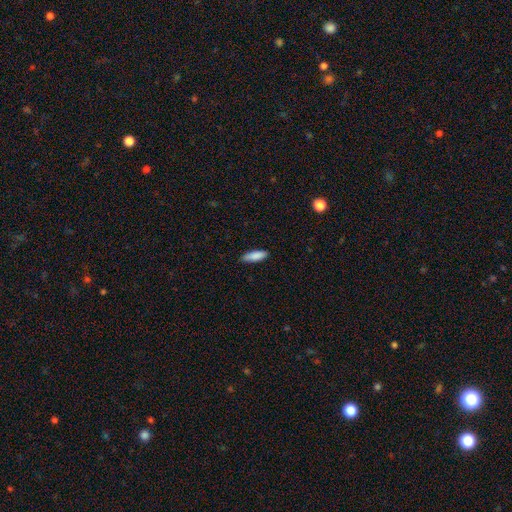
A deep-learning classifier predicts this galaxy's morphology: This appears to be a smooth galaxy with no disk features (88%) that is in between round and cigar-shaped (56%). Merging: none (85%).